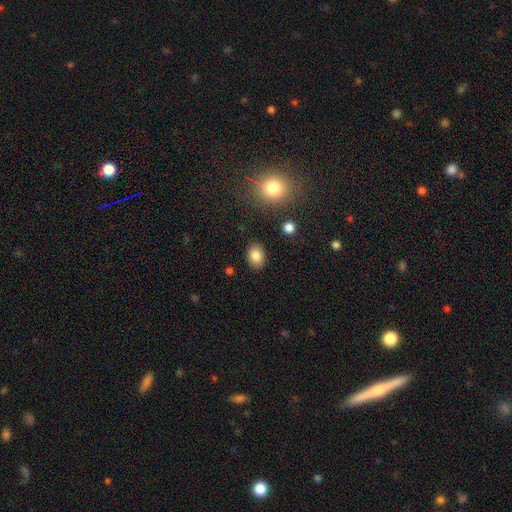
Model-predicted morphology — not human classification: Q: Smooth or featured?
A: smooth (84%); runner-up: star or artifact (9%)
Q: How rounded?
A: in between (69%); runner-up: round (30%)
Q: Merging?
A: none (87%); runner-up: minor disturbance (9%)